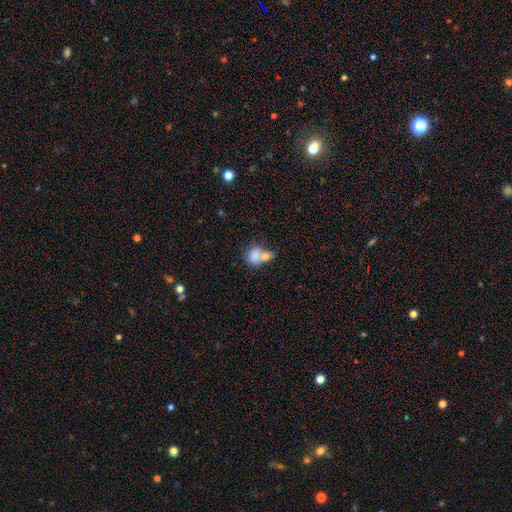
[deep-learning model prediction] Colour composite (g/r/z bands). It shows a smooth galaxy with no disk features (74%) that is in between round and cigar-shaped (57%). Merging: merger (63%).